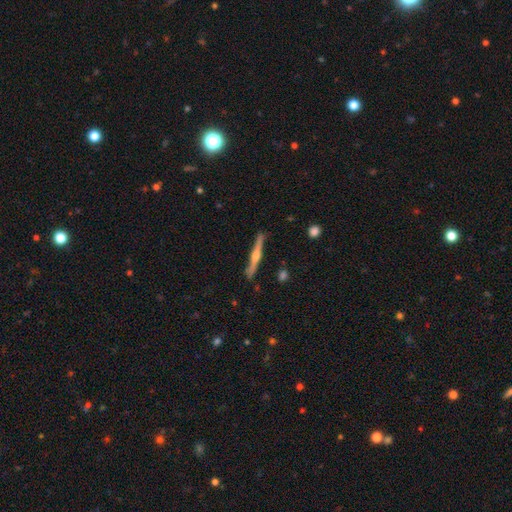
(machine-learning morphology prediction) smooth_or_featured: featured or disk (p=0.78) [alt: smooth p=0.17]
disk_edge_on: yes (p=0.98) [alt: no p=0.02]
edge_on_bulge: rounded (p=0.87) [alt: none p=0.06]
merging: none (p=0.88) [alt: minor disturbance p=0.08]